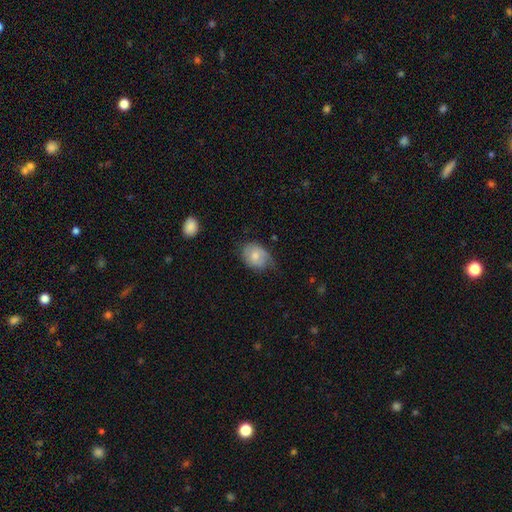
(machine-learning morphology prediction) Q: Smooth or featured?
A: smooth (61%); runner-up: featured or disk (32%)
Q: How rounded?
A: in between (62%); runner-up: round (37%)
Q: Merging?
A: none (50%); runner-up: minor disturbance (36%)